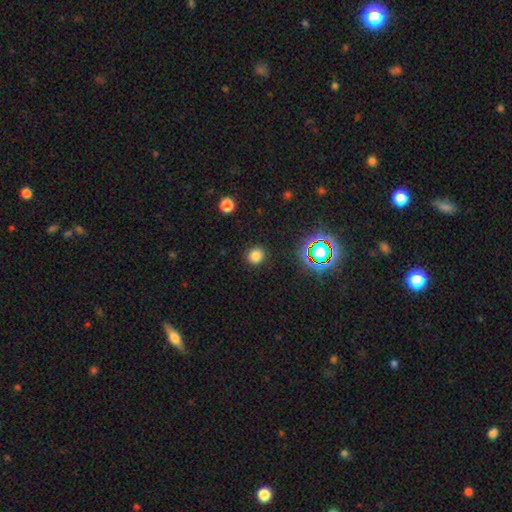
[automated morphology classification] smooth 78%, star or artifact 17%, featured or disk 5%. Down the decision tree: how rounded — round (87%); merging — none (90%).